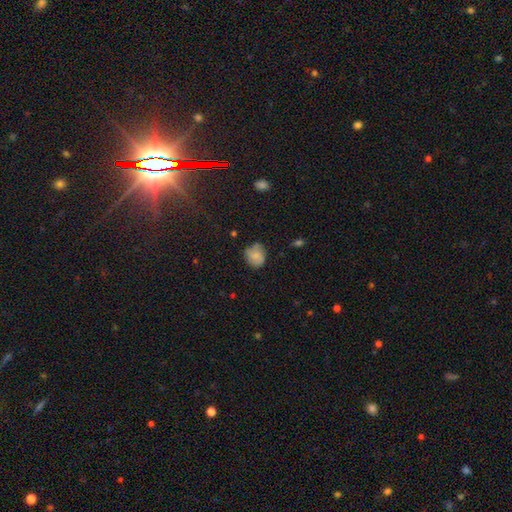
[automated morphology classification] smooth 73%, featured or disk 18%, star or artifact 9%. Down the decision tree: how rounded — round (70%); merging — none (66%).